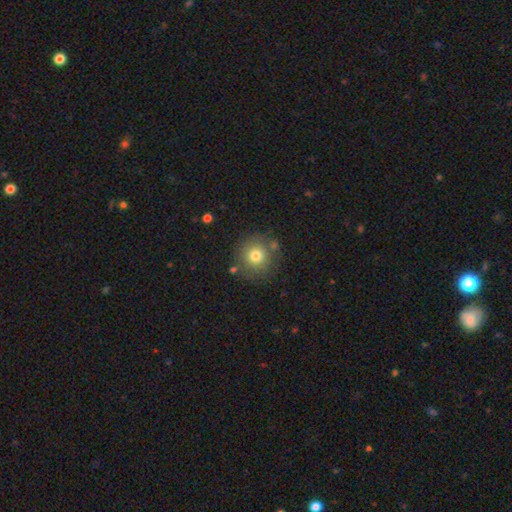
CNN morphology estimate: Smooth or featured?
  - smooth: 76% *
  - featured or disk: 13%
  - star or artifact: 12%
How rounded?
  - round: 94% *
  - in between: 5%
  - cigar-shaped: 1%
Merging?
  - none: 80% *
  - minor disturbance: 11%
  - merger: 5%
  - major disturbance: 4%